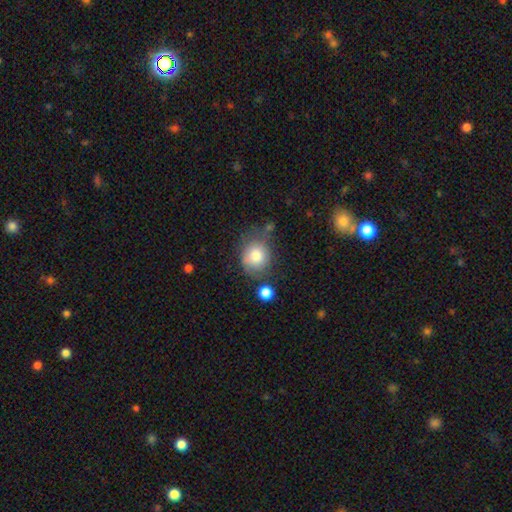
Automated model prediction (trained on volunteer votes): smooth-or-featured: smooth: 80% | featured or disk: 12% | star or artifact: 9%
  how-rounded: round: 74% | in between: 25% | cigar-shaped: 1%
  merging: none: 55% | minor disturbance: 25% | major disturbance: 10% | merger: 9%